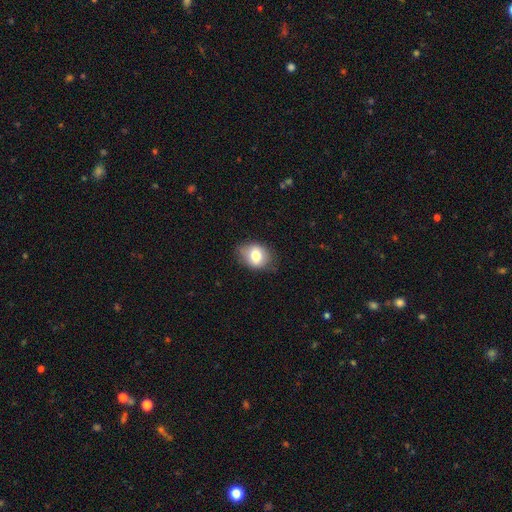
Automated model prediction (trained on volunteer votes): Overall: smooth (74%). How rounded: in between (63%; round 36%). Merging: none (73%).